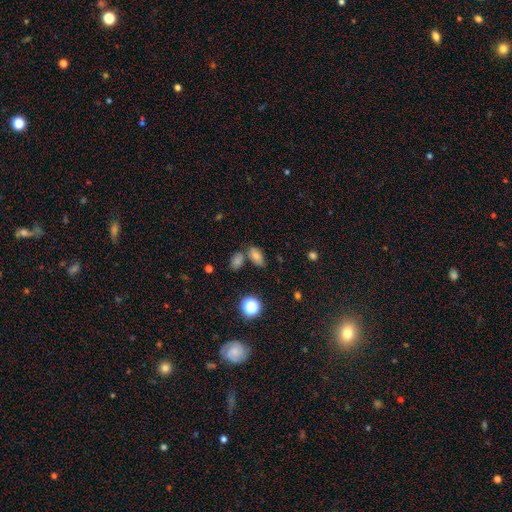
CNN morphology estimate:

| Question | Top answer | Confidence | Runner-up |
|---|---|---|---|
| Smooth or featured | smooth | 68% | star or artifact (17%) |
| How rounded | in between | 83% | round (12%) |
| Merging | none | 60% | merger (20%) |